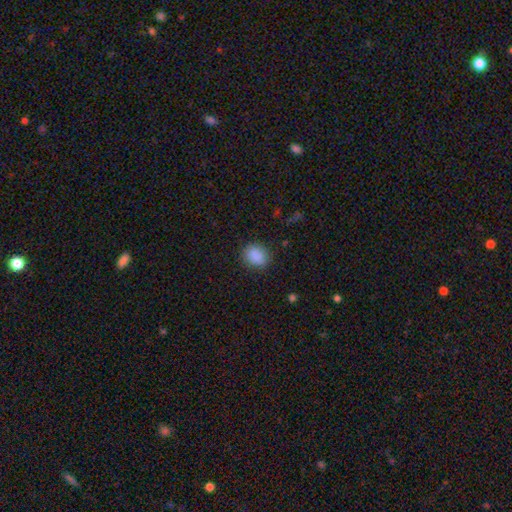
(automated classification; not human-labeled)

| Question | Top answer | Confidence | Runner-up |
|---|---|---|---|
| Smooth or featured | smooth | 88% | star or artifact (9%) |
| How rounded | round | 50% | in between (49%) |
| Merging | none | 84% | minor disturbance (11%) |